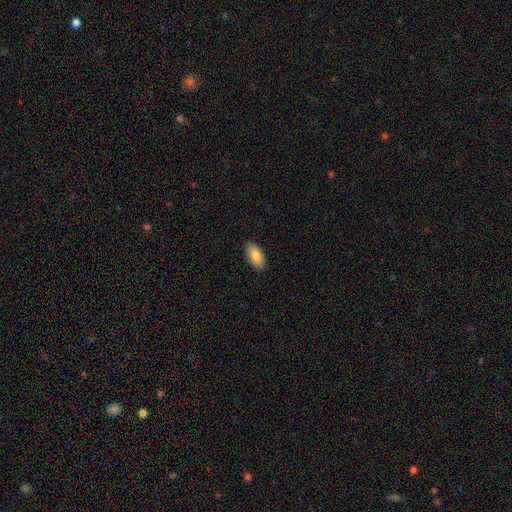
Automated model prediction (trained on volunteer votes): Smooth or featured? Predicted: smooth (p=0.86). How rounded? Predicted: in between (p=0.94). Merging? Predicted: none (p=0.89).